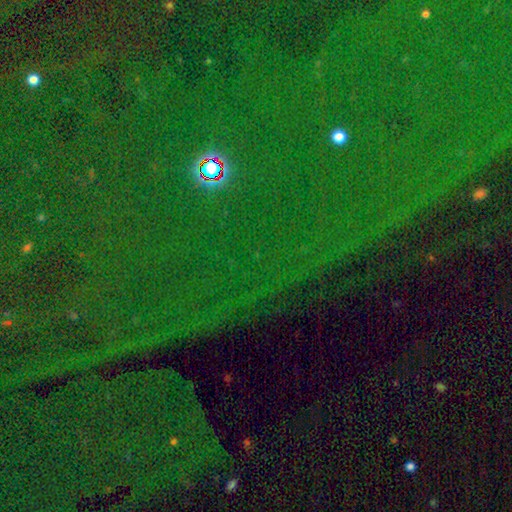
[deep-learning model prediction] Smooth or featured? star or artifact (82%)